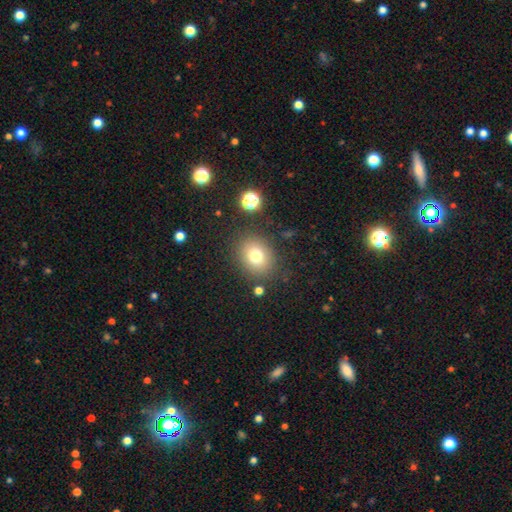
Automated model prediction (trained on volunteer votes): This is likely a smooth galaxy (76%). How rounded: likely round (64%). Merging: clearly none (83%).